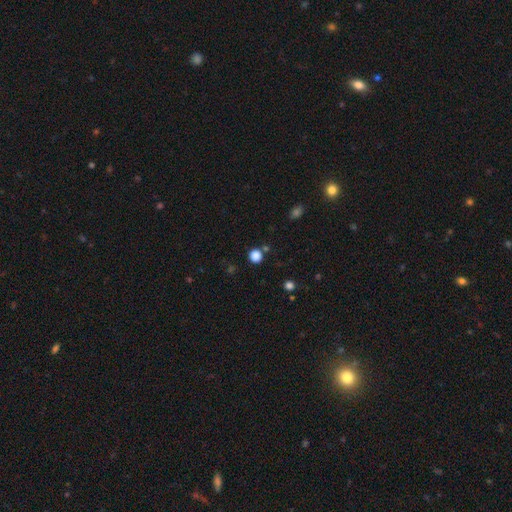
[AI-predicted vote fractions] Overall: smooth (84%). How rounded: round (89%). Merging: none (82%).